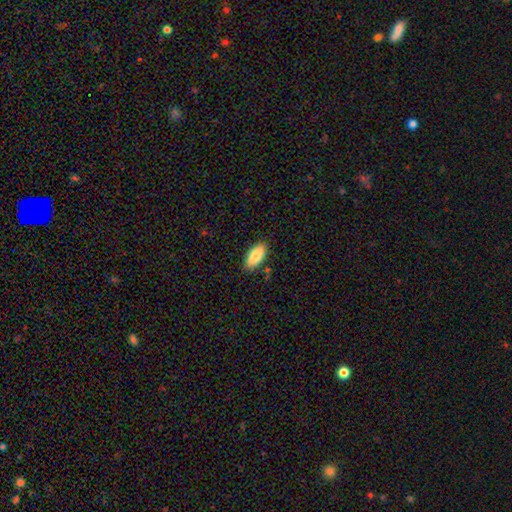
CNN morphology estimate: Smooth or featured? smooth (86%)
How rounded? in between (91%)
Merging? none (86%)